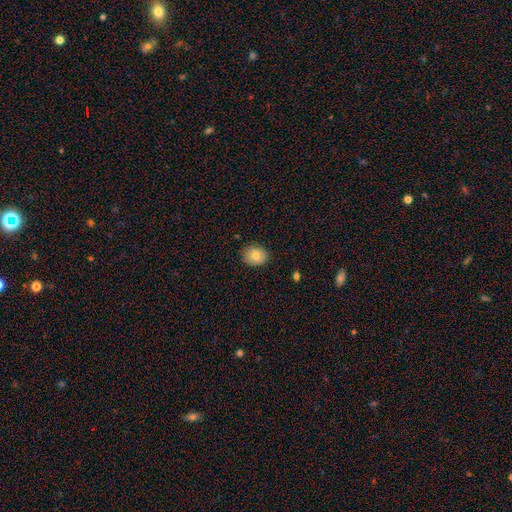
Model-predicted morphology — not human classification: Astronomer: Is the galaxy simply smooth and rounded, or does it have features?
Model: smooth — 81%.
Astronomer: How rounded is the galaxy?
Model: in between — 51% (runner-up: round, 48%).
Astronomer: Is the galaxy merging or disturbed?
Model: none — 86%.